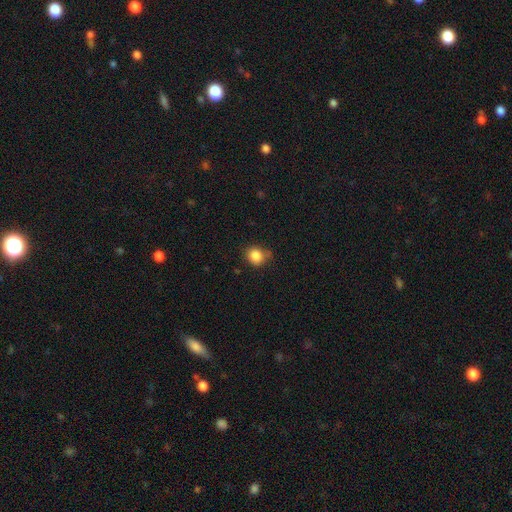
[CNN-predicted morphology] A smooth galaxy with no disk features (85%) that is round (73%). Merging: none (73%).